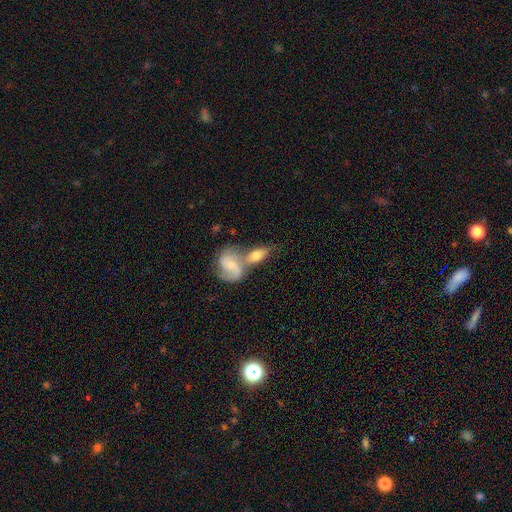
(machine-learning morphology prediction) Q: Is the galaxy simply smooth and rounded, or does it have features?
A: featured or disk — 53%.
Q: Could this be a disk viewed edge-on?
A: no — 87%.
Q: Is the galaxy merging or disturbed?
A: merger — 56%.